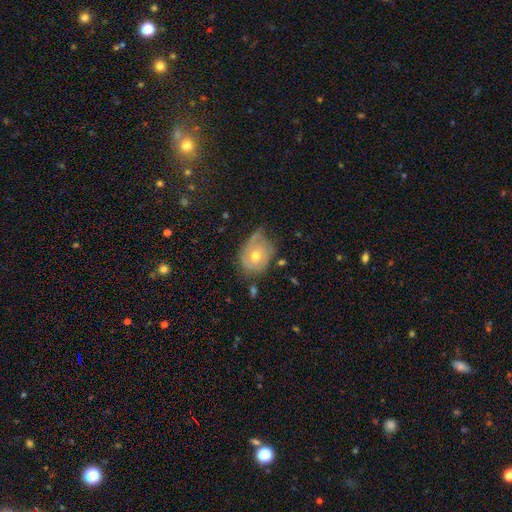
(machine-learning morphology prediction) The model was most divided on "merging": none: 44%, minor disturbance: 37%, major disturbance: 16%, merger: 3%. More confident: edge-on disk — no (96%); bar — no (83%); spiral arms — yes (71%); bulge size — moderate (67%); smooth or featured — featured or disk (59%).